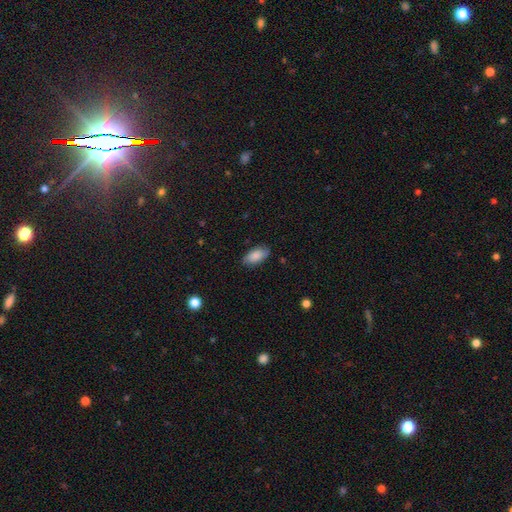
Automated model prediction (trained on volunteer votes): This is clearly a smooth galaxy (83%). How rounded: clearly in between (92%). Merging: clearly none (82%).